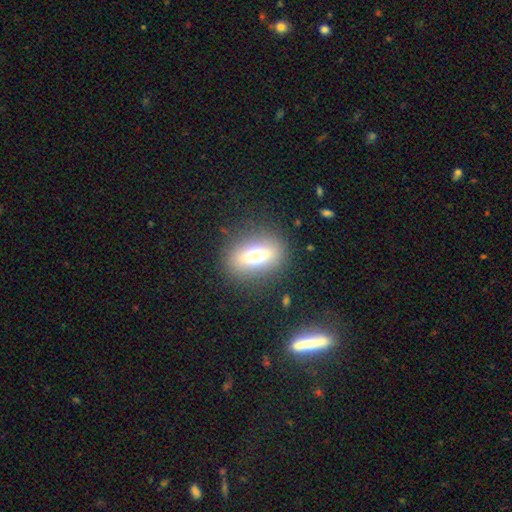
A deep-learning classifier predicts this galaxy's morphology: Overall: smooth (60%; featured or disk 26%). How rounded: in between (60%; round 34%). Merging: none (84%).